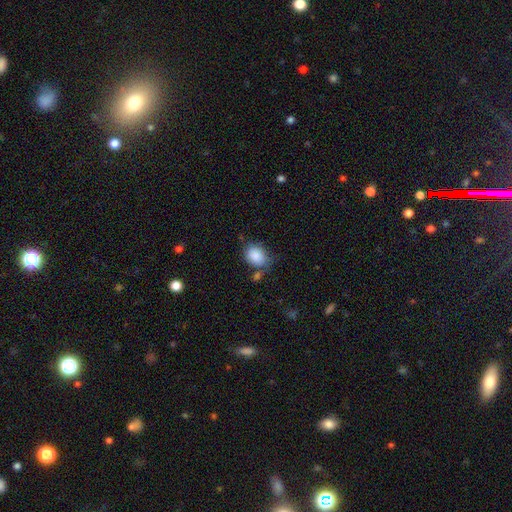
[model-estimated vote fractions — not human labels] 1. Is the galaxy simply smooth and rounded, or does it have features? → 87% smooth, 8% star or artifact, 5% featured or disk.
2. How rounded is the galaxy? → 59% in between, 40% round, 1% cigar-shaped.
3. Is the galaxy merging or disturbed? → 62% none, 23% minor disturbance, 9% merger, 7% major disturbance.